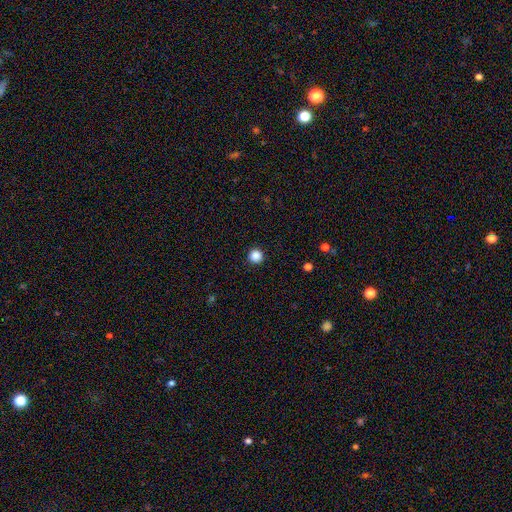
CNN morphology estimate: A smooth galaxy with no disk features (87%) that is round (96%).

Vote fractions:
- Smooth or featured? smooth: 87% / star or artifact: 11% / featured or disk: 3%
- How rounded? round: 96% / in between: 3% / cigar-shaped: 1%
- Merging? none: 93% / minor disturbance: 4% / major disturbance: 2% / merger: 1%